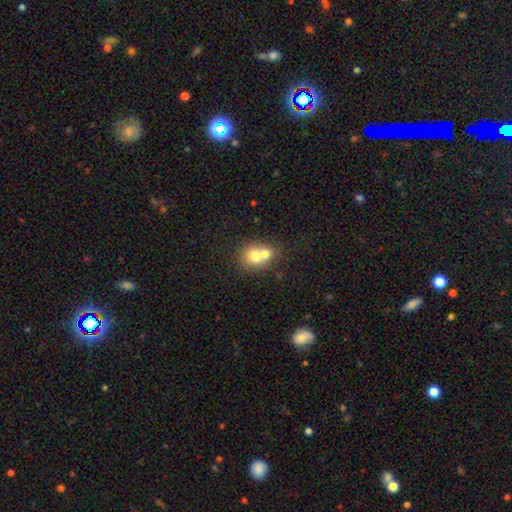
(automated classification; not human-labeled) A smooth galaxy with no disk features (68%) that is round (76%). Merging: merger (64%).